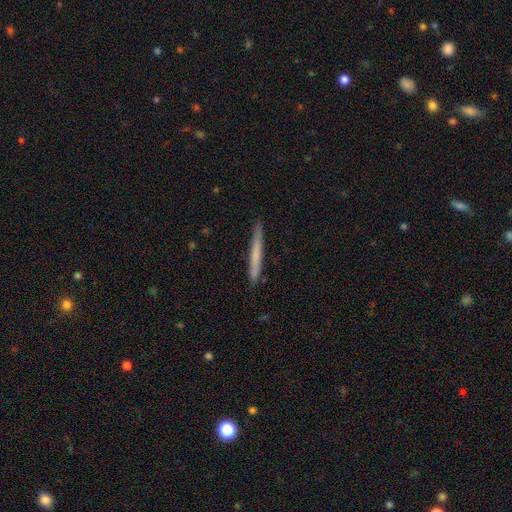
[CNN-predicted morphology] Smooth or featured? smooth (61%)
How rounded? cigar-shaped (97%)
Merging? none (88%)